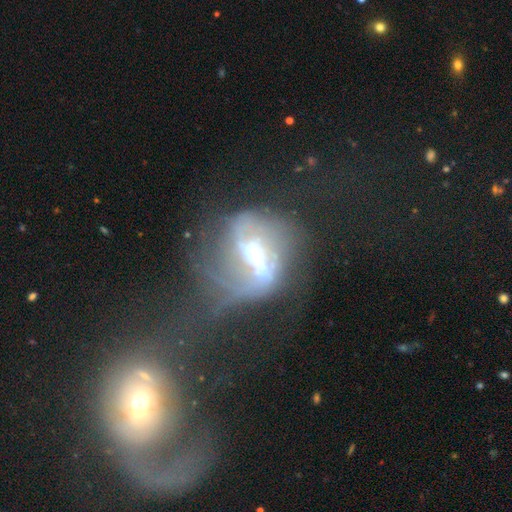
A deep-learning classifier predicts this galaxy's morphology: type=featured or disk (77%); edge-on=no (94%); bar=strong (42%); spiral arms=yes (75%); winding=loose (50%); arm count=2 (53%); bulge=moderate (54%); merging=major disturbance (45%).